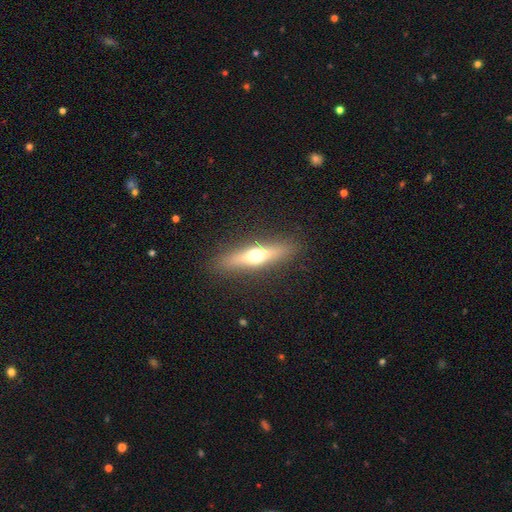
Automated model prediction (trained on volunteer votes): This is possibly a featured or disk galaxy (49%). Merging: clearly none (89%).